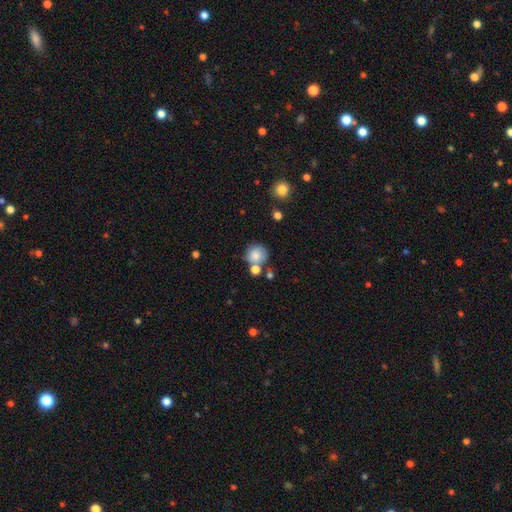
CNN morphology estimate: type=smooth (80%); roundness=round (89%); merging=none (62%).